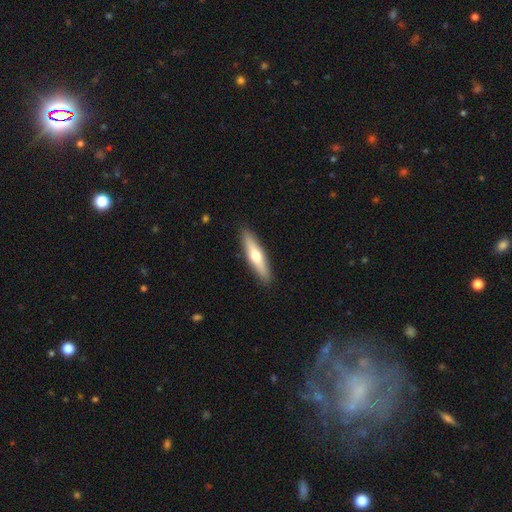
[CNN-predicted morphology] smooth_or_featured: smooth (p=0.53) [alt: featured or disk p=0.42]
how_rounded: cigar-shaped (p=0.78) [alt: in between p=0.20]
merging: none (p=0.90) [alt: minor disturbance p=0.07]